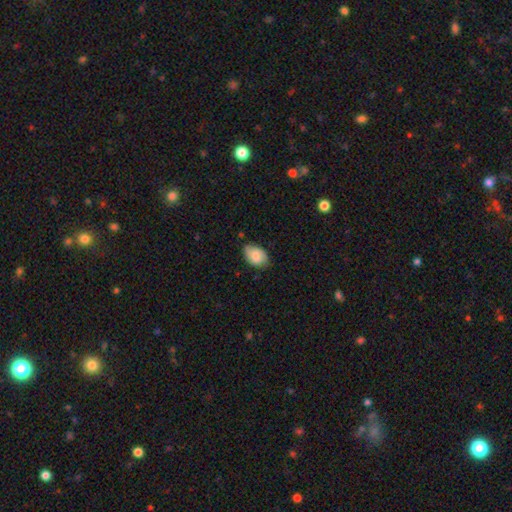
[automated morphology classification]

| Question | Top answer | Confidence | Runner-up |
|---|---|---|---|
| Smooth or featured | smooth | 76% | featured or disk (17%) |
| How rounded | in between | 84% | round (15%) |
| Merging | none | 67% | minor disturbance (27%) |